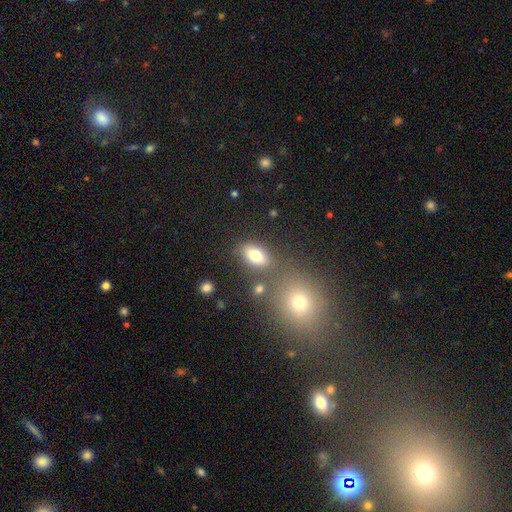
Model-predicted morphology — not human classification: A smooth galaxy with no disk features (77%) that is in between round and cigar-shaped (84%).

Vote fractions:
- Smooth or featured? smooth: 77% / featured or disk: 11% / star or artifact: 11%
- How rounded? in between: 84% / round: 12% / cigar-shaped: 4%
- Merging? none: 72% / minor disturbance: 13% / merger: 11% / major disturbance: 5%